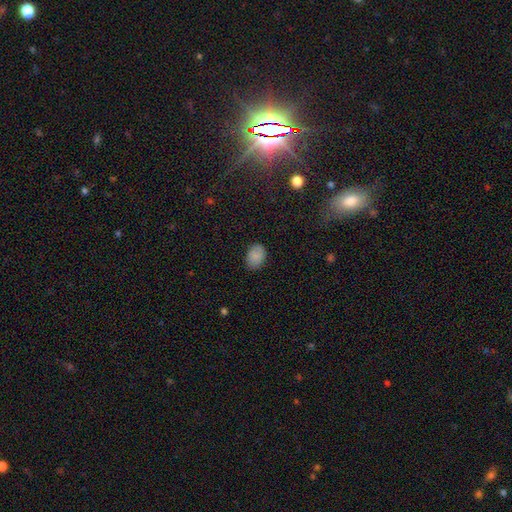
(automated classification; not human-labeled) smooth 85%, star or artifact 9%, featured or disk 6%. Down the decision tree: how rounded — in between (80%); merging — none (82%).